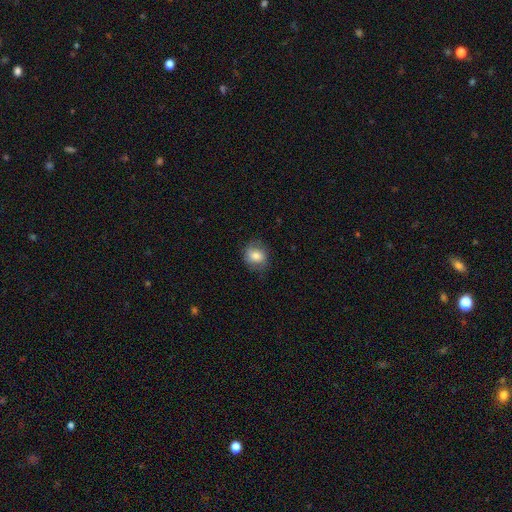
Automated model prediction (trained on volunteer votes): This is likely a smooth galaxy (73%). How rounded: likely round (65%). Merging: likely none (73%).